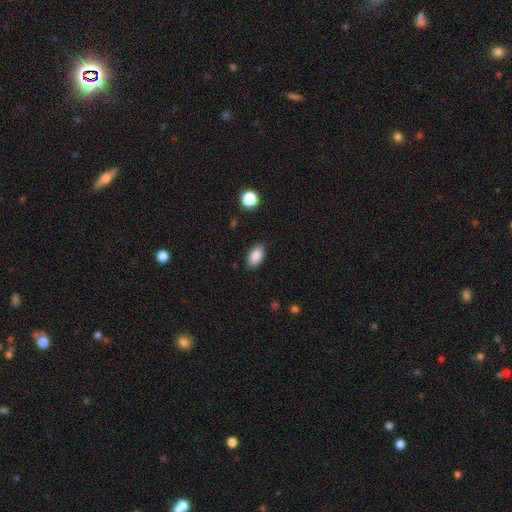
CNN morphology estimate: This appears to be a smooth galaxy with no disk features (88%) that is in between round and cigar-shaped (93%). Merging: none (87%).